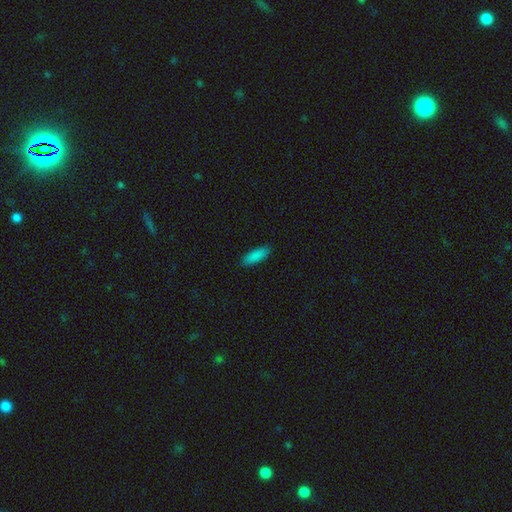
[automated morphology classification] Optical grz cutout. It shows a smooth galaxy with no disk features (88%) that is in between round and cigar-shaped (56%). Merging: none (89%).